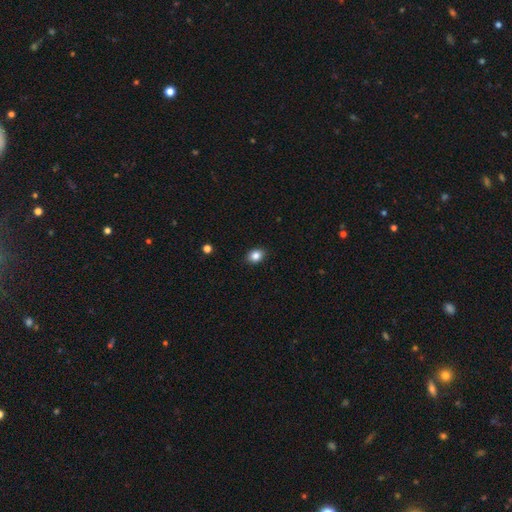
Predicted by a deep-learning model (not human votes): Smooth or featured: smooth — 85% (star or artifact — 9%)
How rounded: in between — 67% (round — 32%)
Merging: none — 89% (minor disturbance — 8%)